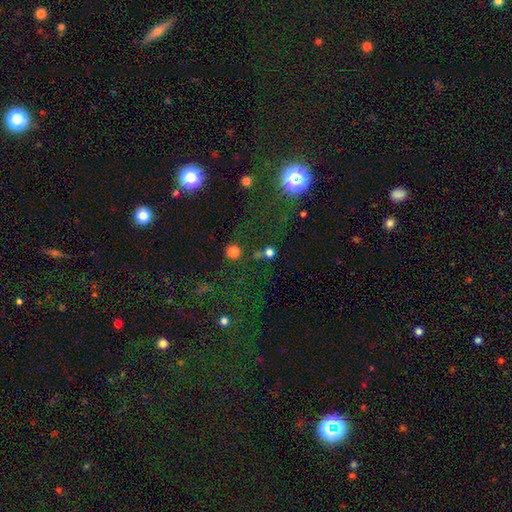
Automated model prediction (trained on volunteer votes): Smooth or featured? Predicted: star or artifact (p=0.68).